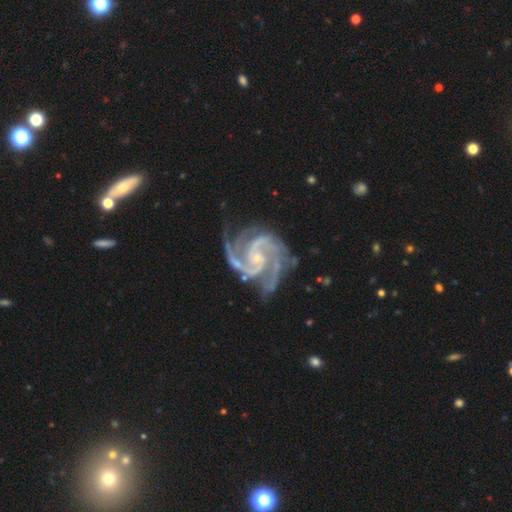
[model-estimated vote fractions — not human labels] smooth-or-featured: featured or disk: 94% | star or artifact: 4% | smooth: 2%
  disk-edge-on: no: 98% | yes: 2%
    bar: no: 44% | weak: 38% | strong: 18%
    has-spiral-arms: yes: 99% | no: 1%
      spiral-winding: medium: 52% | tight: 41% | loose: 7%
      spiral-arm-count: 2: 40% | 3: 36% | 4: 8% | can't tell: 6% | more than 4: 5% | 1: 5%
    bulge-size: small: 72% | moderate: 21% | none: 5% | large: 1% | dominant: 1%
  merging: none: 69% | minor disturbance: 19% | major disturbance: 9% | merger: 2%